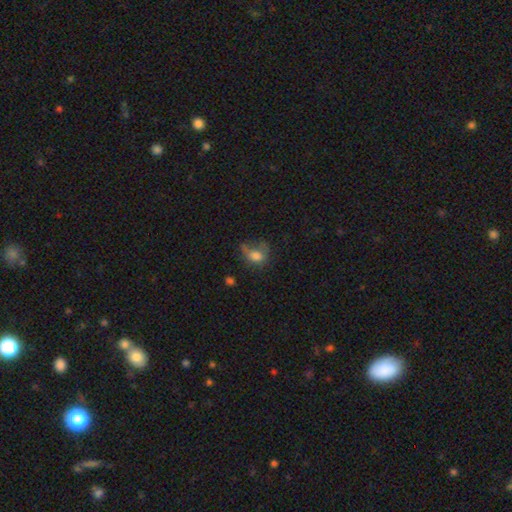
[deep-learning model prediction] Smooth or featured? Predicted: smooth (p=0.67). How rounded? Predicted: in between (p=0.70). Merging? Predicted: major disturbance (p=0.39).